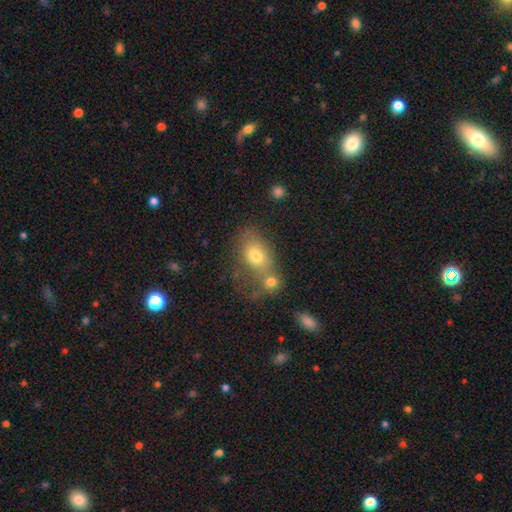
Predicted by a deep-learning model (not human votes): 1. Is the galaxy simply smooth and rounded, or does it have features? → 72% smooth, 17% featured or disk, 10% star or artifact.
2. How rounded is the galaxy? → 74% in between, 24% round, 2% cigar-shaped.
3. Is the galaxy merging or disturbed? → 40% merger, 35% none, 14% minor disturbance, 10% major disturbance.